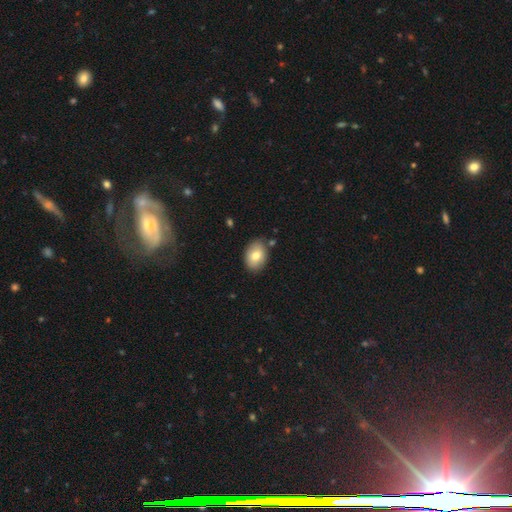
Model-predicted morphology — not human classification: Smooth or featured: smooth — 77% (featured or disk — 15%)
How rounded: in between — 82% (round — 17%)
Merging: none — 82% (minor disturbance — 13%)